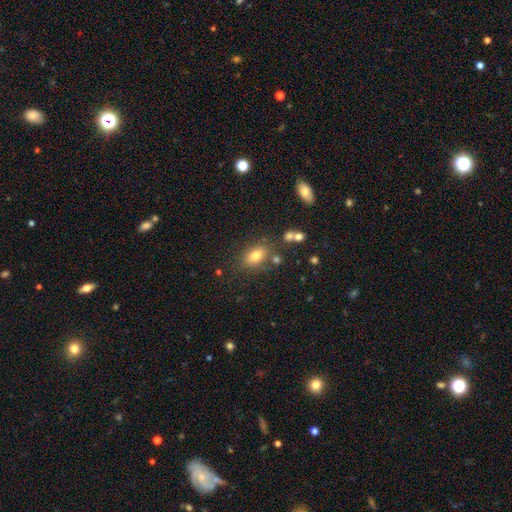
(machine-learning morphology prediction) smooth 78%, featured or disk 12%, star or artifact 11%. Down the decision tree: how rounded — in between (83%); merging — none (73%).